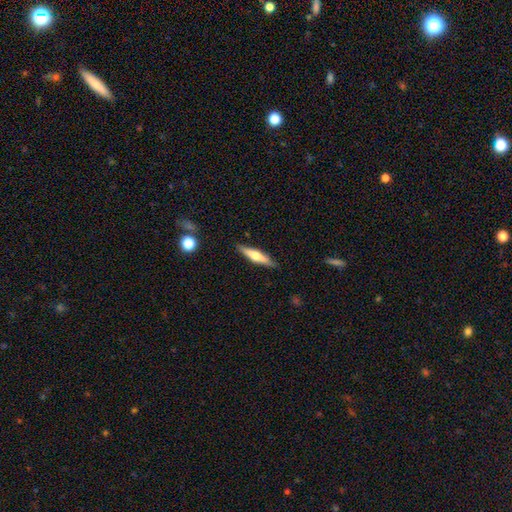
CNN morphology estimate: A featured or disk galaxy (54%) viewed edge-on (95%) with a rounded central bulge (90%).

Vote fractions:
- Smooth or featured? featured or disk: 54% / smooth: 40% / star or artifact: 6%
- Edge-on disk? yes: 95% / no: 5%
- Edge-on bulge? rounded: 90% / boxy: 6% / none: 5%
- Merging? none: 88% / minor disturbance: 8% / major disturbance: 2% / merger: 1%